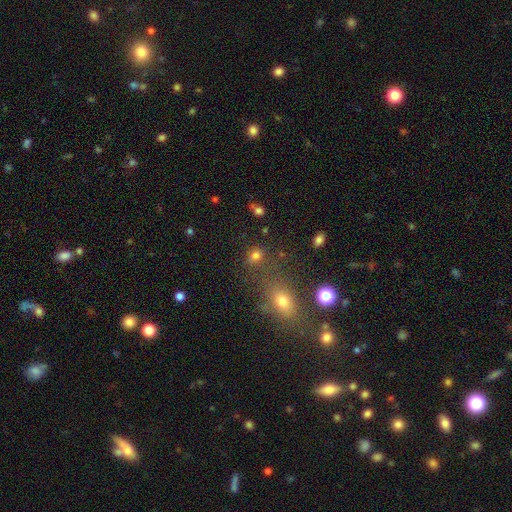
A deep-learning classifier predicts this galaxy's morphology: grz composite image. It shows a smooth galaxy with no disk features (74%) that is round (51%). Merging: none (65%).